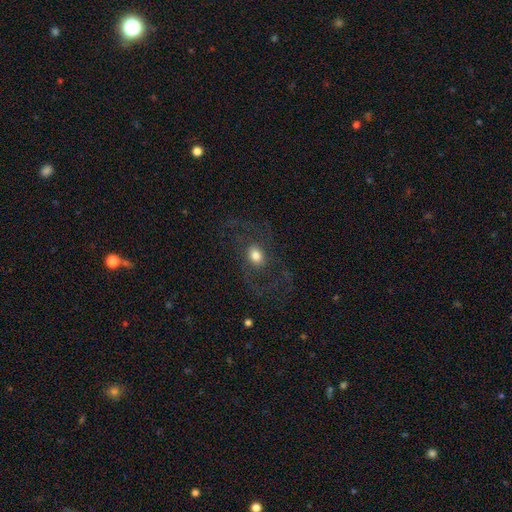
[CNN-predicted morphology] Q: Smooth or featured?
A: featured or disk (50%); runner-up: smooth (39%)
Q: Edge-on disk?
A: no (93%); runner-up: yes (7%)
Q: Merging?
A: none (62%); runner-up: major disturbance (22%)